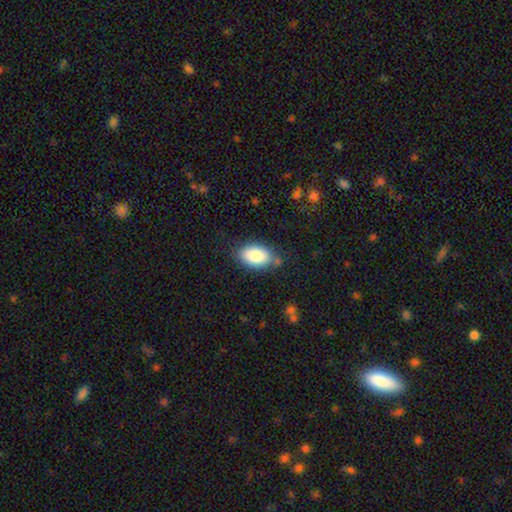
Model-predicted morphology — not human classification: smooth 83%, featured or disk 10%, star or artifact 7%. Down the decision tree: how rounded — in between (92%); merging — none (72%).